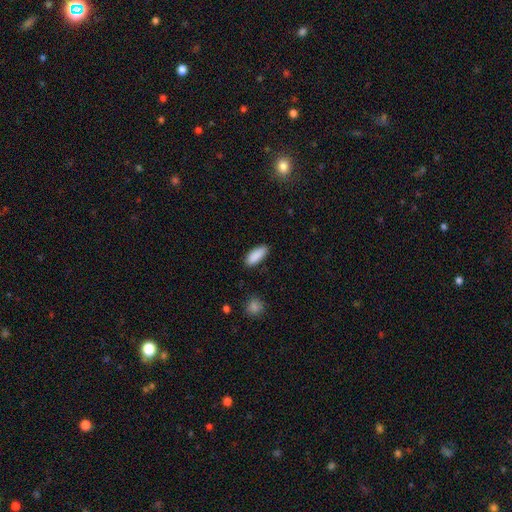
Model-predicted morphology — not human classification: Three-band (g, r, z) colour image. It shows a smooth galaxy with no disk features (90%) that is in between round and cigar-shaped (79%). Merging: none (84%).